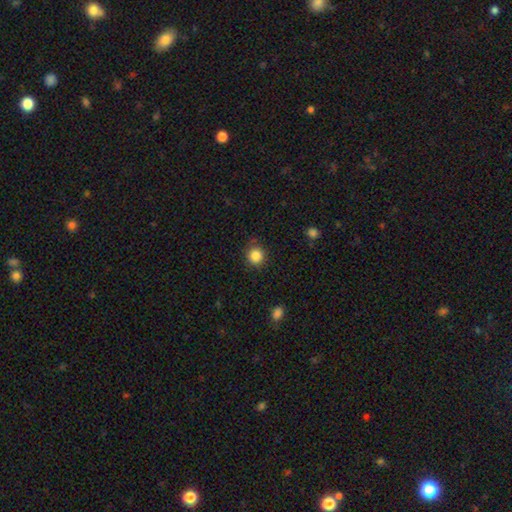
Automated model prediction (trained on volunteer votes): Morphology: type=smooth (85%); roundness=round (91%); merging=none (85%).